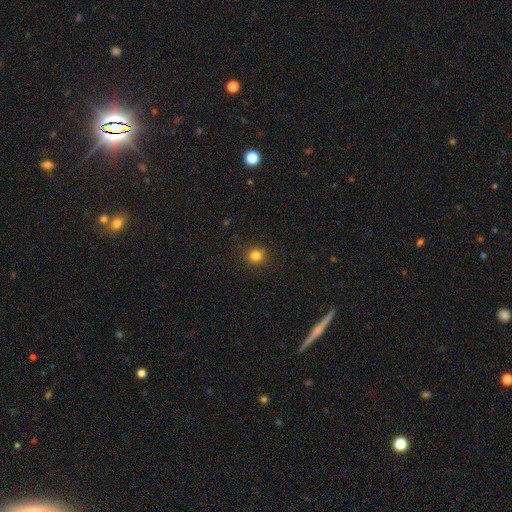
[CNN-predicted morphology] smooth-or-featured: smooth: 83% | star or artifact: 13% | featured or disk: 5%
  how-rounded: round: 87% | in between: 12% | cigar-shaped: 1%
  merging: none: 90% | minor disturbance: 7% | major disturbance: 2% | merger: 1%